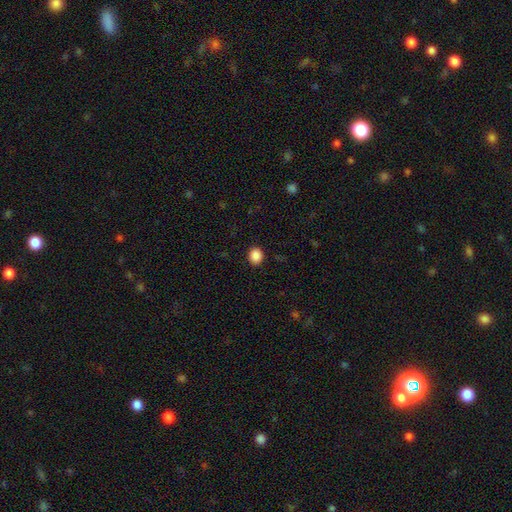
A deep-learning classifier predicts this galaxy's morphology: smooth_or_featured: smooth (p=0.88) [alt: star or artifact p=0.10]
how_rounded: round (p=0.68) [alt: in between p=0.31]
merging: none (p=0.91) [alt: minor disturbance p=0.06]